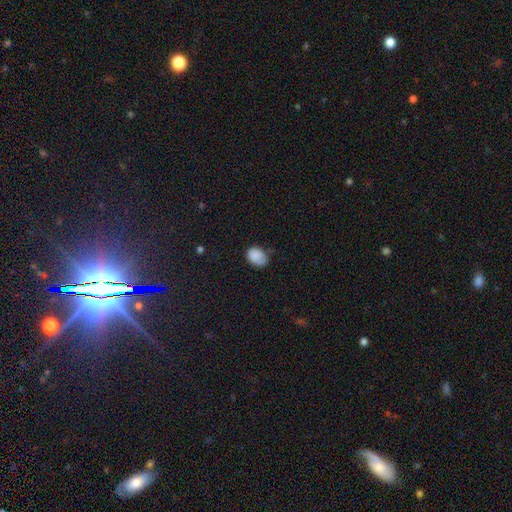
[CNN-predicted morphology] Smooth or featured? smooth (86%)
How rounded? in between (70%)
Merging? none (58%)